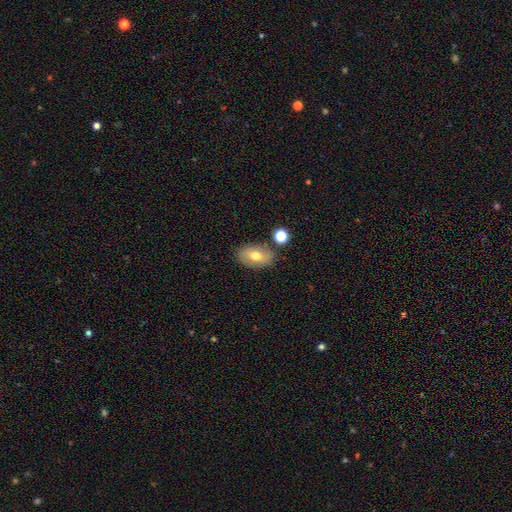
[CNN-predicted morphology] Overall: smooth (63%; featured or disk 28%). How rounded: in between (87%). Merging: none (80%).